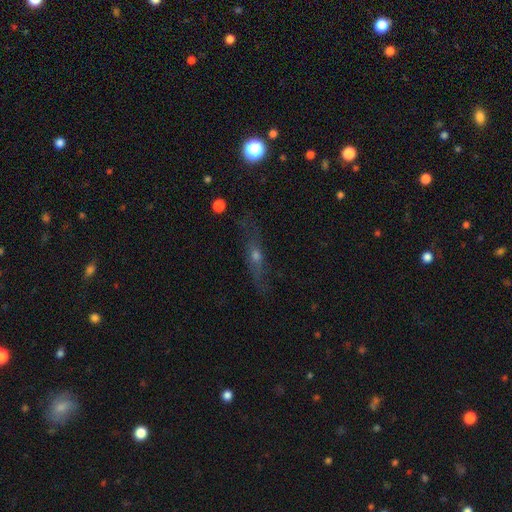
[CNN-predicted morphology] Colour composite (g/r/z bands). It shows a featured or disk galaxy (56%) viewed edge-on (70%). Merging: none (77%).